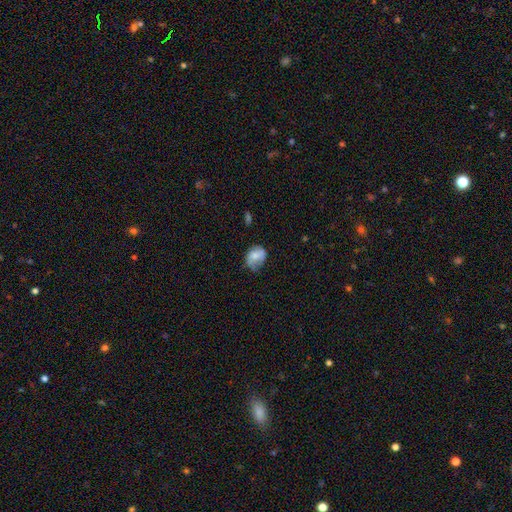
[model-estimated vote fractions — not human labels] Smooth or featured? Predicted: smooth (p=0.68). How rounded? Predicted: in between (p=0.54). Merging? Predicted: none (p=0.44).